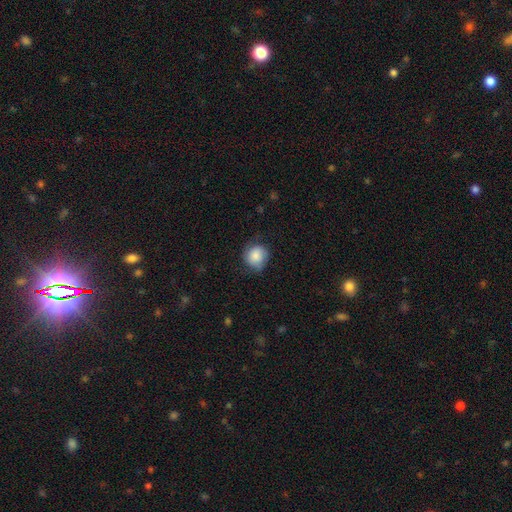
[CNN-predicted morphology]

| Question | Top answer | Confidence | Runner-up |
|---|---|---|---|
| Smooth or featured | smooth | 83% | featured or disk (10%) |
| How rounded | round | 83% | in between (16%) |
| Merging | none | 64% | minor disturbance (27%) |